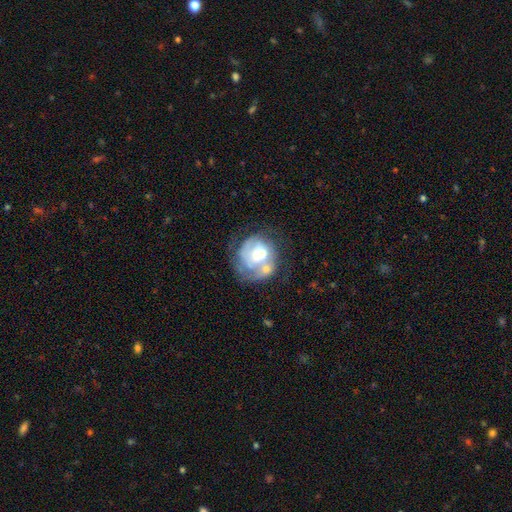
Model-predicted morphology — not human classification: type=featured or disk (66%); edge-on=no (98%); bar=no (79%); spiral arms=yes (57%); bulge=moderate (57%); merging=none (35%).